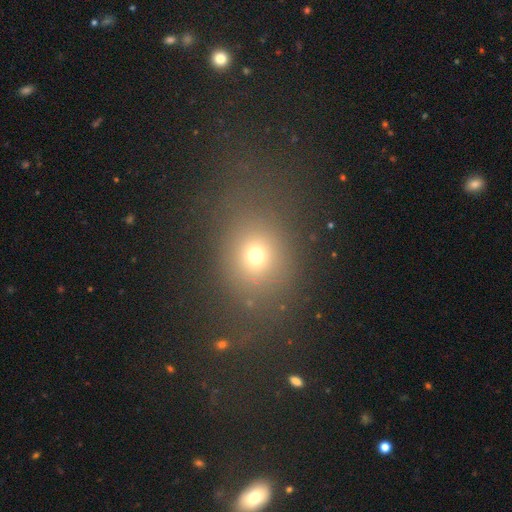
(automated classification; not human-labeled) A smooth galaxy with no disk features (69%) that is round (57%). Merging: none (68%).